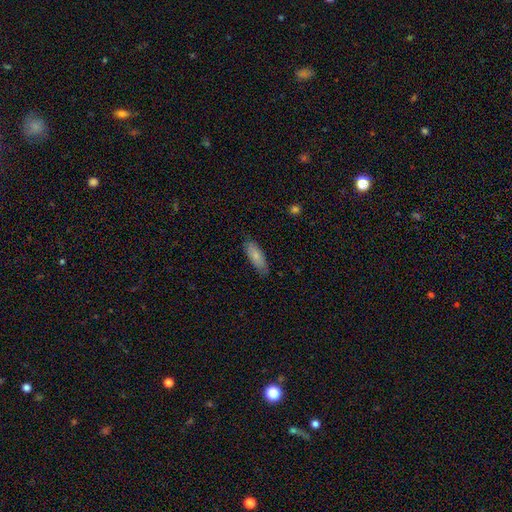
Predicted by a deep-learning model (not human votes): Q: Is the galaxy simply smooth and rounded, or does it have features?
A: smooth — 78%.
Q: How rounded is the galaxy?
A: in between — 66%.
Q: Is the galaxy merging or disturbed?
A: none — 78%.